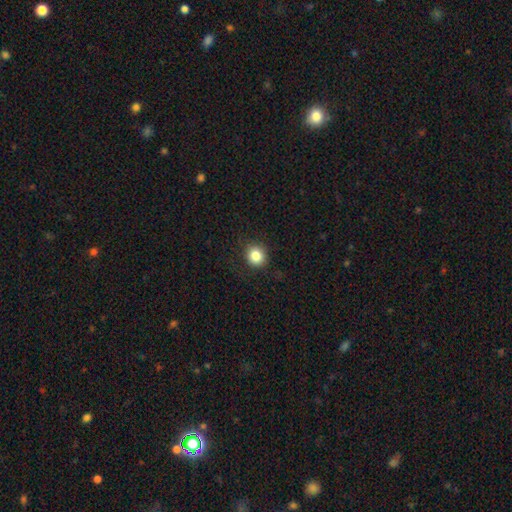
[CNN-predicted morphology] smooth-or-featured: smooth: 84% | star or artifact: 10% | featured or disk: 5%
  how-rounded: round: 87% | in between: 12% | cigar-shaped: 1%
  merging: none: 89% | minor disturbance: 8% | major disturbance: 3% | merger: 1%